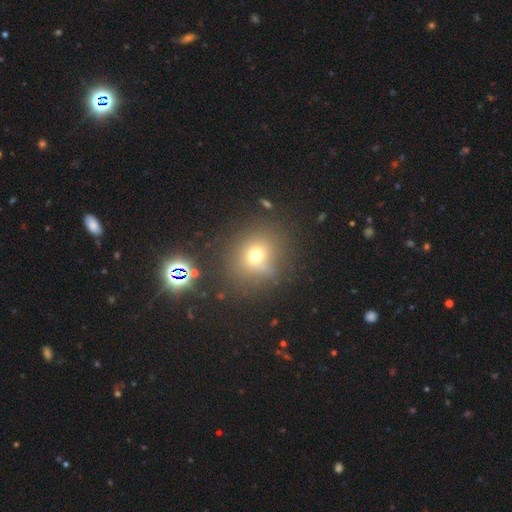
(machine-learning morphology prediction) Overall: smooth (66%). How rounded: round (82%). Merging: none (79%).